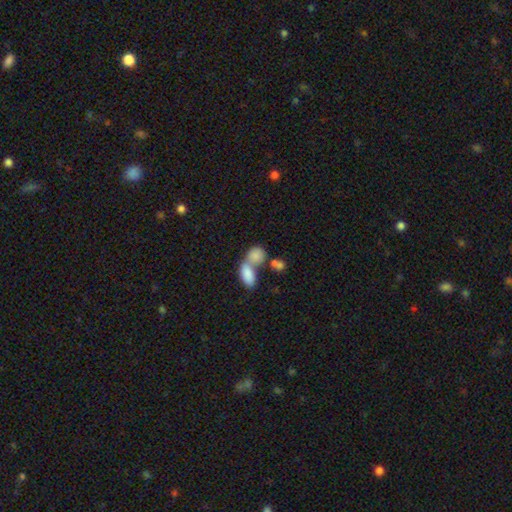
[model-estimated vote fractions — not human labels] smooth 82%, featured or disk 11%, star or artifact 8%. Down the decision tree: how rounded — in between (69%); merging — merger (63%).